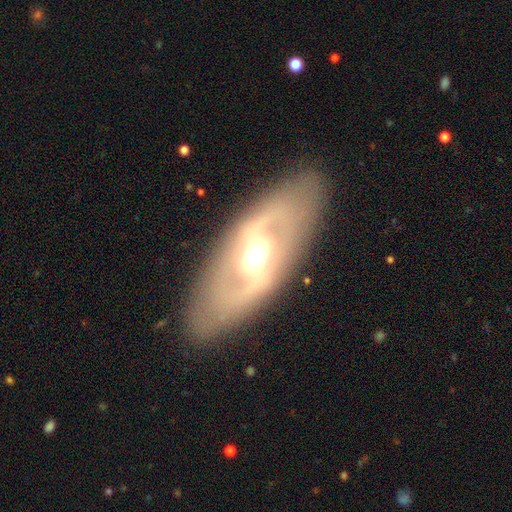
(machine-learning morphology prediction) A featured or disk galaxy (75%) with no bar (44%), spiral arms (59%) and a moderate central bulge (57%). Merging: none (82%).